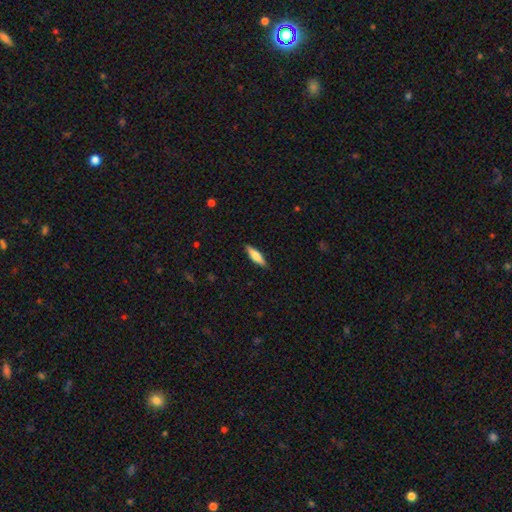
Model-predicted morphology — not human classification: Smooth or featured? Predicted: smooth (p=0.66). How rounded? Predicted: cigar-shaped (p=0.62). Merging? Predicted: none (p=0.88).